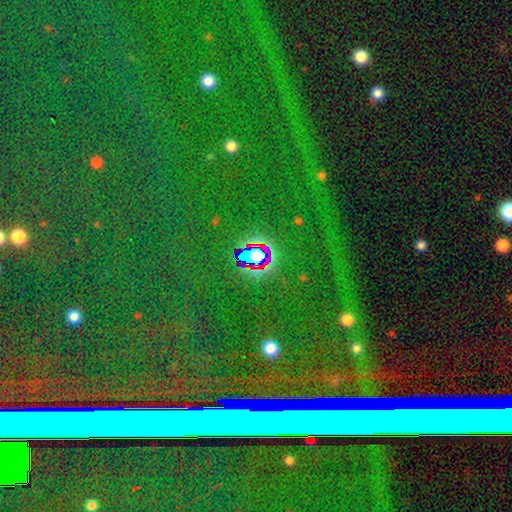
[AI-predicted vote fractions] Smooth or featured? star or artifact (77%)